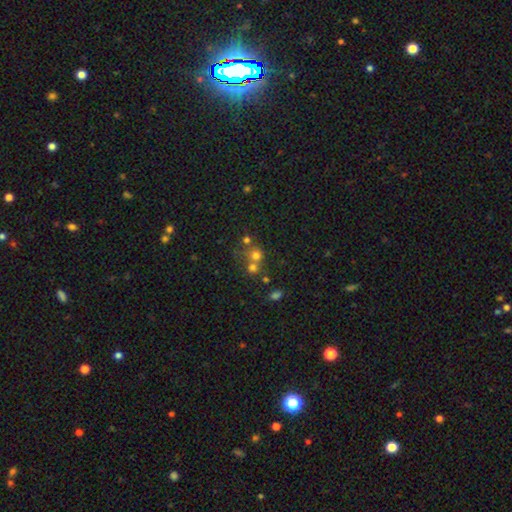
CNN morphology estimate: Smooth or featured: smooth — 66% (star or artifact — 20%)
How rounded: round — 84% (in between — 15%)
Merging: merger — 45% (none — 43%)